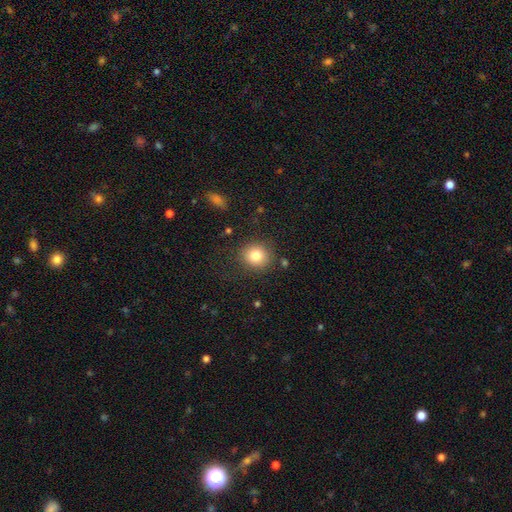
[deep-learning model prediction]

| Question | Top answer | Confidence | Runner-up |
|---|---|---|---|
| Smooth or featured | smooth | 82% | star or artifact (10%) |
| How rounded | round | 84% | in between (15%) |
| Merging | none | 85% | minor disturbance (9%) |